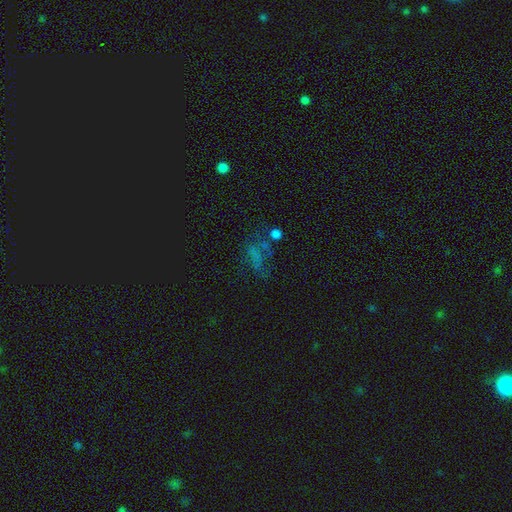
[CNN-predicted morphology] Smooth or featured: smooth — 36% (star or artifact — 34%)
Merging: none — 40% (major disturbance — 31%)